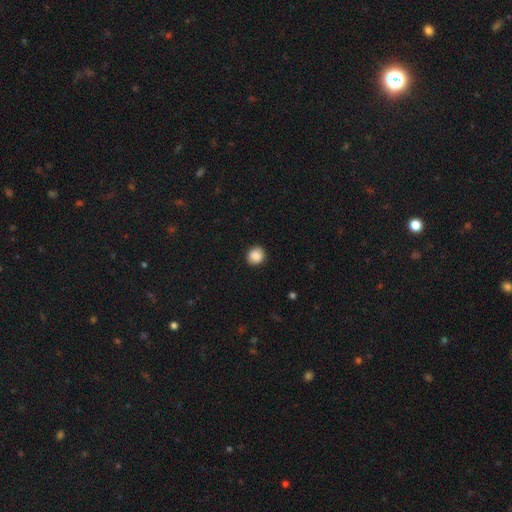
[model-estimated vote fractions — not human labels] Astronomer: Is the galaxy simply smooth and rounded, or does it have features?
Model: smooth — 89%.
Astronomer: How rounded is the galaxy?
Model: round — 88%.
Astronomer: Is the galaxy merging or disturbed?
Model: none — 90%.